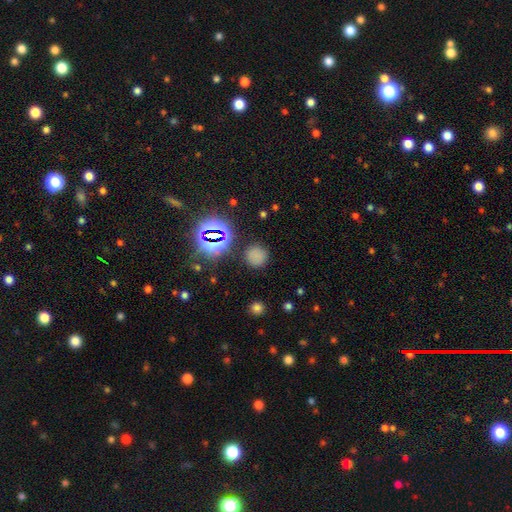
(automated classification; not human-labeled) A smooth galaxy with no disk features (68%) that is round (92%). Merging: none (84%).